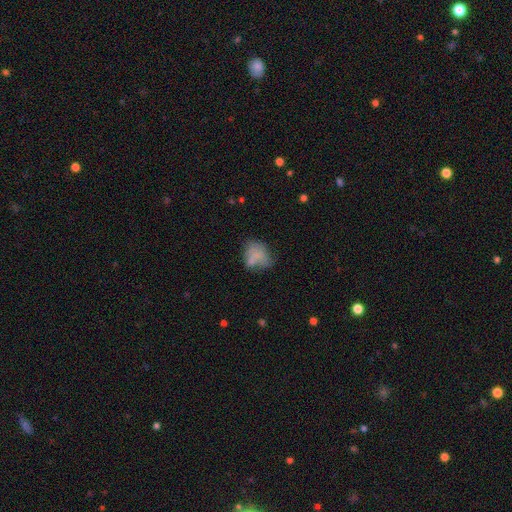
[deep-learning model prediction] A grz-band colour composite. It shows a smooth galaxy with no disk features (64%) that is in between round and cigar-shaped (61%). Merging: none (40%).